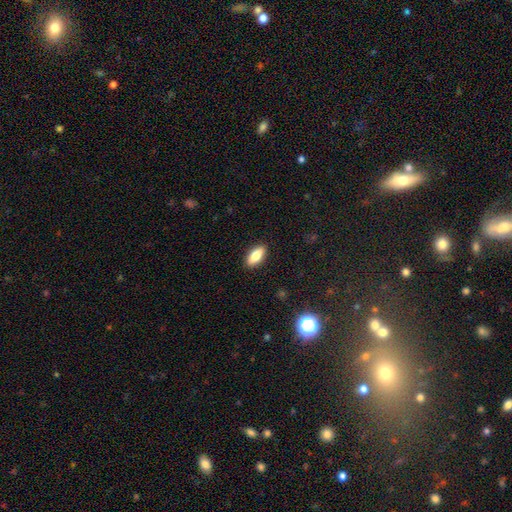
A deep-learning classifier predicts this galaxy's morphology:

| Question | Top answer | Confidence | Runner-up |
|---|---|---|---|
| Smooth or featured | smooth | 75% | featured or disk (17%) |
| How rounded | in between | 80% | cigar-shaped (17%) |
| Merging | none | 89% | minor disturbance (8%) |